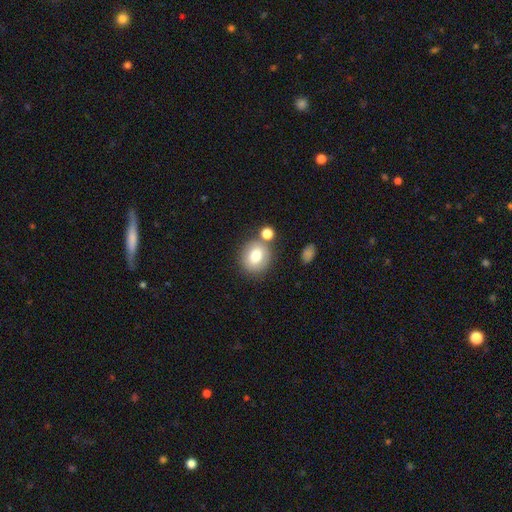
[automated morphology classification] The model was most divided on "how rounded": round: 71%, in between: 28%, cigar-shaped: 1%. More confident: smooth or featured — smooth (77%); merging — none (68%).